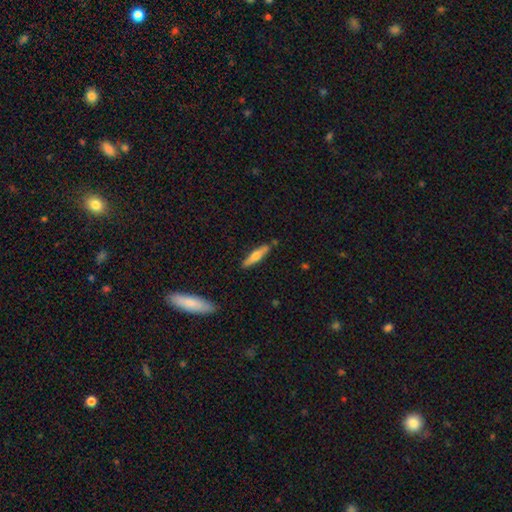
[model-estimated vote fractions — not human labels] smooth 54%, featured or disk 40%, star or artifact 6%. Down the decision tree: how rounded — cigar-shaped (83%); merging — none (83%).